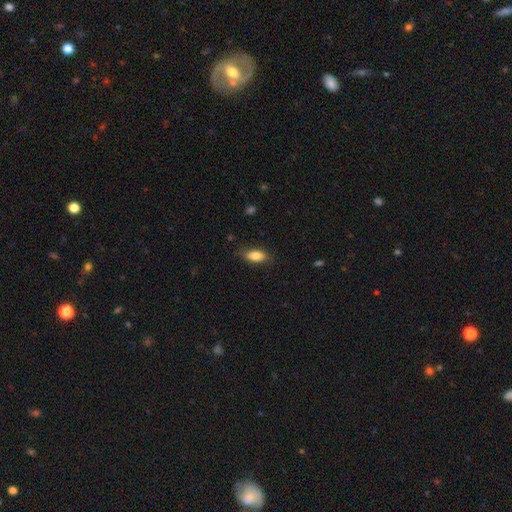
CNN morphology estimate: smooth-or-featured: smooth: 82% | featured or disk: 11% | star or artifact: 7%
  how-rounded: in between: 84% | cigar-shaped: 12% | round: 4%
  merging: none: 79% | minor disturbance: 16% | major disturbance: 4% | merger: 1%